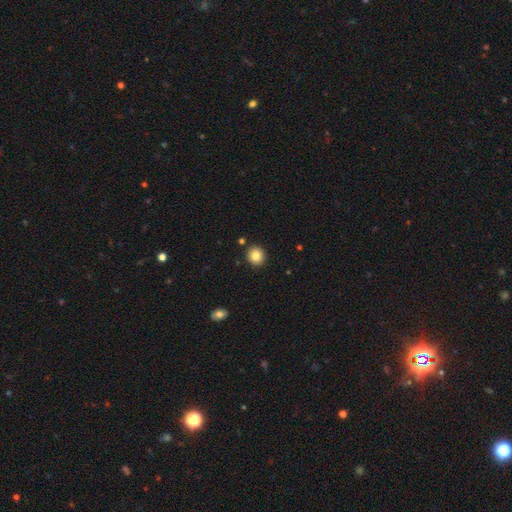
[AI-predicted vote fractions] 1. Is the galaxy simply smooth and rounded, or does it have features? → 84% smooth, 10% star or artifact, 6% featured or disk.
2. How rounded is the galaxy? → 89% round, 10% in between, 1% cigar-shaped.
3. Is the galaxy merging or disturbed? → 90% none, 6% minor disturbance, 2% merger, 2% major disturbance.